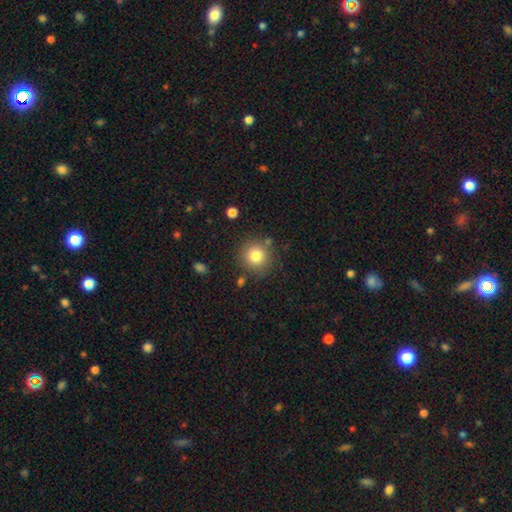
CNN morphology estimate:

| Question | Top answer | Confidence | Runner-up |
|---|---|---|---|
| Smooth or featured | smooth | 80% | star or artifact (11%) |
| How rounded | round | 92% | in between (7%) |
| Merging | none | 82% | minor disturbance (10%) |